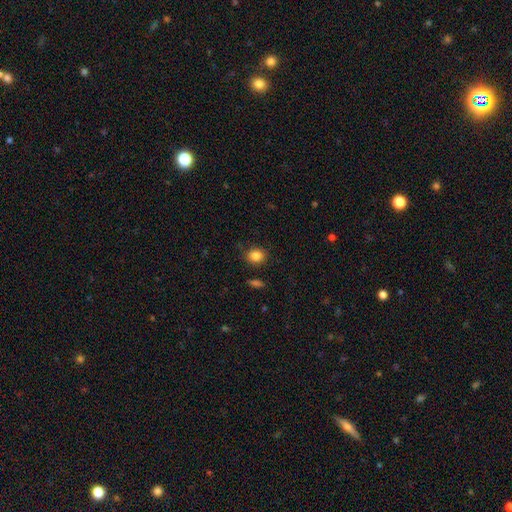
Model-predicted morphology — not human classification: This appears to be a smooth galaxy with no disk features (85%) that is round (60%). Merging: none (82%).